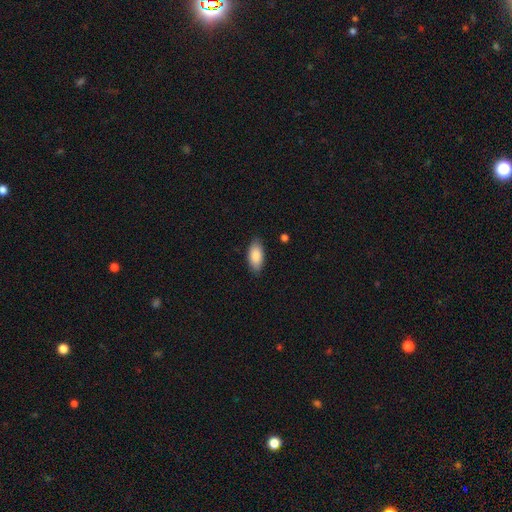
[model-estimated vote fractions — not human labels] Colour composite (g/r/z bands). It shows a smooth galaxy with no disk features (88%) that is in between round and cigar-shaped (91%). Merging: none (85%).